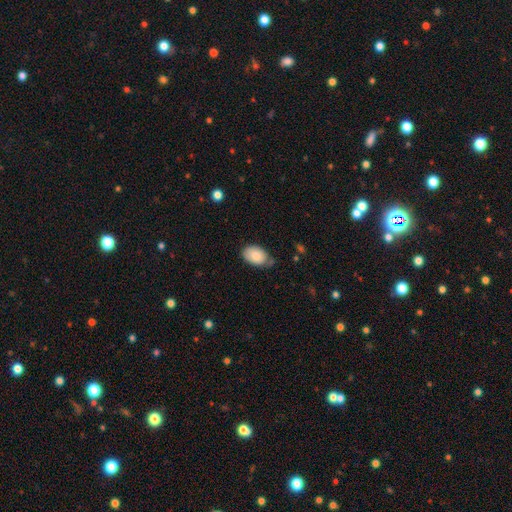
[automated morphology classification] This is clearly a smooth galaxy (82%). How rounded: clearly in between (88%). Merging: likely none (65%).